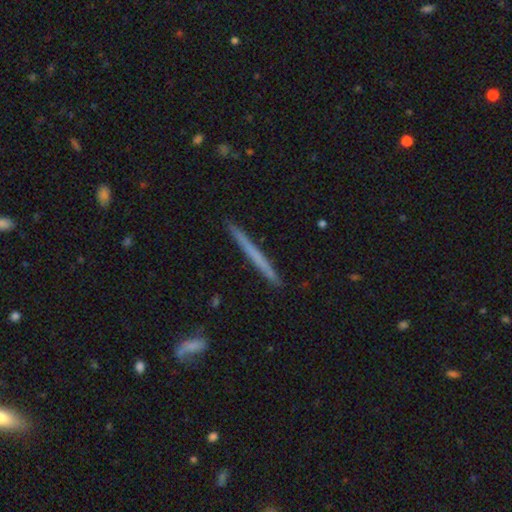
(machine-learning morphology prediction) smooth 51%, featured or disk 44%, star or artifact 6%. Down the decision tree: how rounded — cigar-shaped (97%); merging — none (92%).